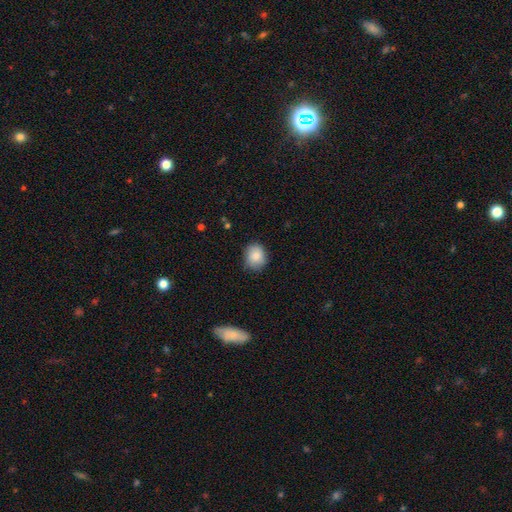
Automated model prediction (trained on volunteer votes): A smooth galaxy with no disk features (85%) that is round (69%).

Vote fractions:
- Smooth or featured? smooth: 85% / star or artifact: 8% / featured or disk: 7%
- How rounded? round: 69% / in between: 30% / cigar-shaped: 1%
- Merging? none: 82% / minor disturbance: 14% / major disturbance: 3% / merger: 1%